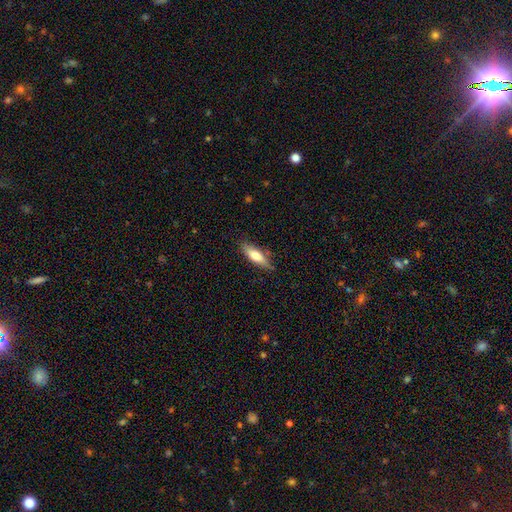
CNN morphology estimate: Smooth or featured?
  - smooth: 68% *
  - featured or disk: 26%
  - star or artifact: 6%
How rounded?
  - in between: 49% * (tied)
  - cigar-shaped: 49% * (tied)
  - round: 2%
Merging?
  - none: 80% *
  - minor disturbance: 16%
  - major disturbance: 3%
  - merger: 2%